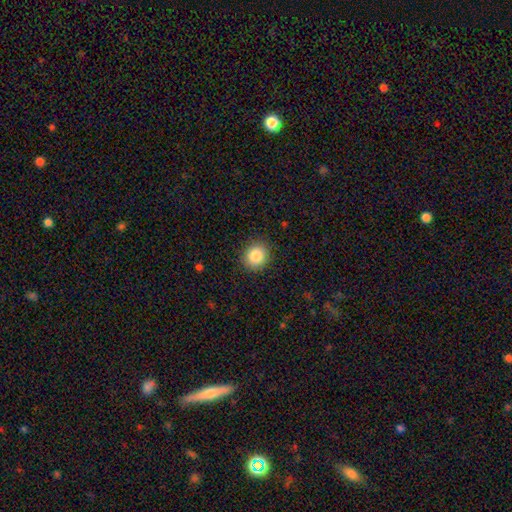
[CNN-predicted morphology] Smooth or featured? smooth (85%)
How rounded? round (79%)
Merging? none (90%)